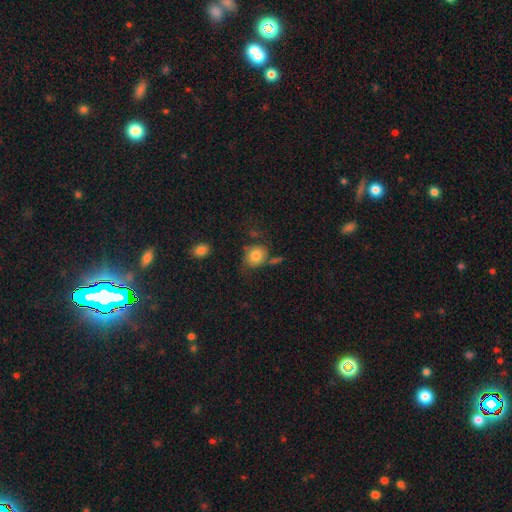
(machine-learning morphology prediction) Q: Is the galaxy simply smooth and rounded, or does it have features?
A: smooth — 81%.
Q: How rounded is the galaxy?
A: round — 64%.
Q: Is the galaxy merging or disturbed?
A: none — 62%.